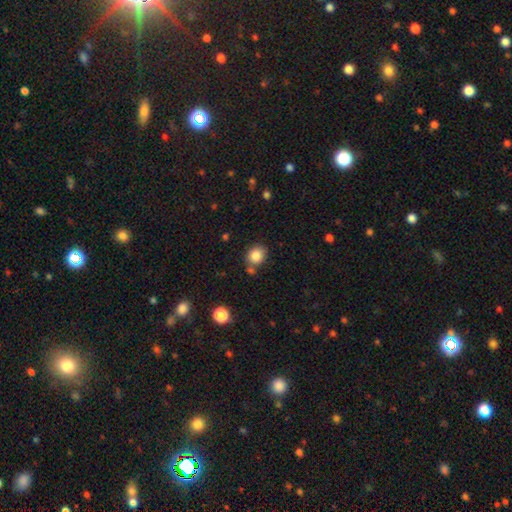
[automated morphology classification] This is clearly a smooth galaxy (84%). How rounded: likely round (67%). Merging: likely none (71%).